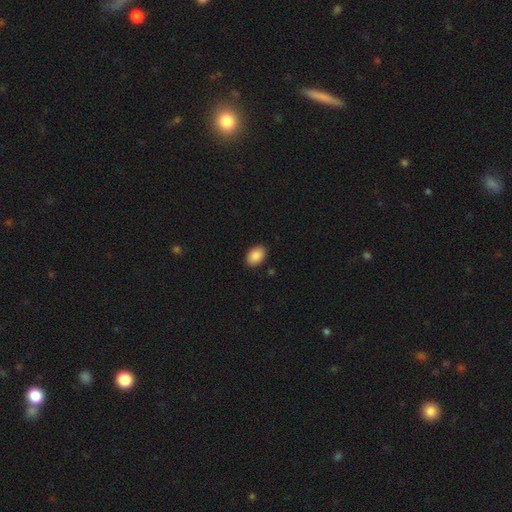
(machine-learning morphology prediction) Overall: smooth (89%). How rounded: in between (86%). Merging: none (90%).